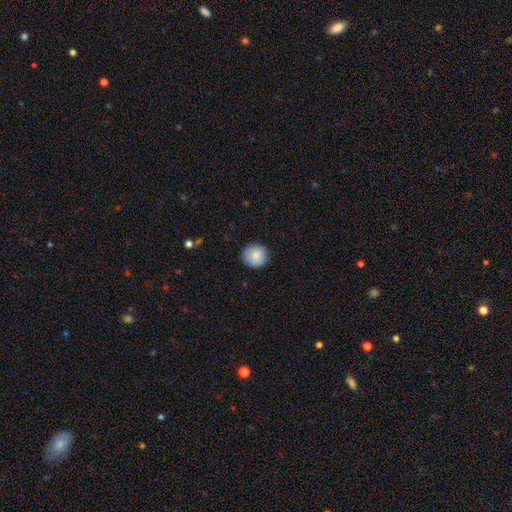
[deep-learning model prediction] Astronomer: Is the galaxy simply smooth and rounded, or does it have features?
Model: smooth — 84%.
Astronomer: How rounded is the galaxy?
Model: round — 91%.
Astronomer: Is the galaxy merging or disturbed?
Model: none — 88%.